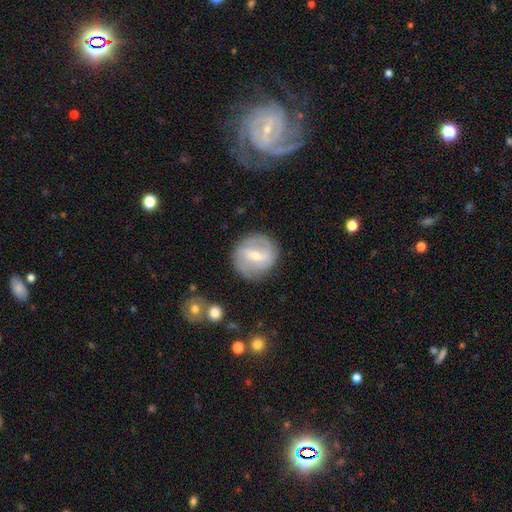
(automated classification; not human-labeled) This appears to be a featured or disk galaxy (69%) with a weak bar (43%, tied with strong), spiral arms (75%) and a small central bulge (56%). Merging: none (82%).